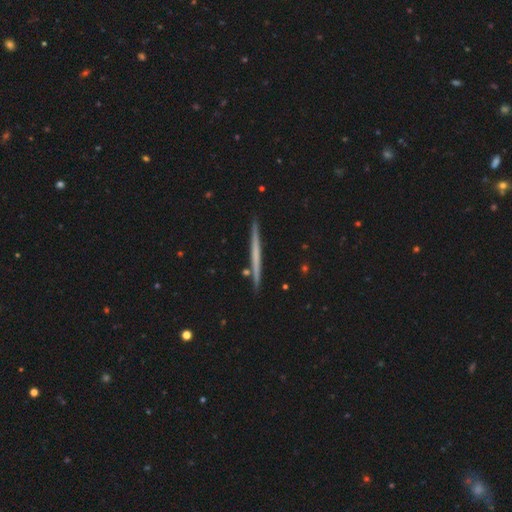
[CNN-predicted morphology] Overall: featured or disk (56%; smooth 38%). Edge-on disk: yes (98%). Edge-on bulge: none (89%). Merging: none (90%).